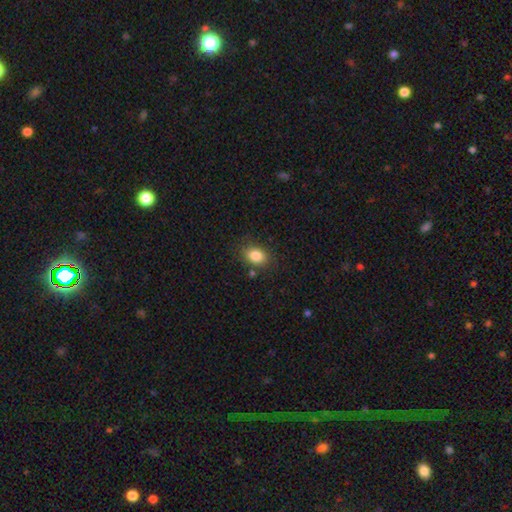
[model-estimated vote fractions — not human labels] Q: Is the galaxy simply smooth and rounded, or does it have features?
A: smooth — 84%.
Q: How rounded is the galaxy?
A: in between — 70%.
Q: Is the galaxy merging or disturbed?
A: none — 79%.